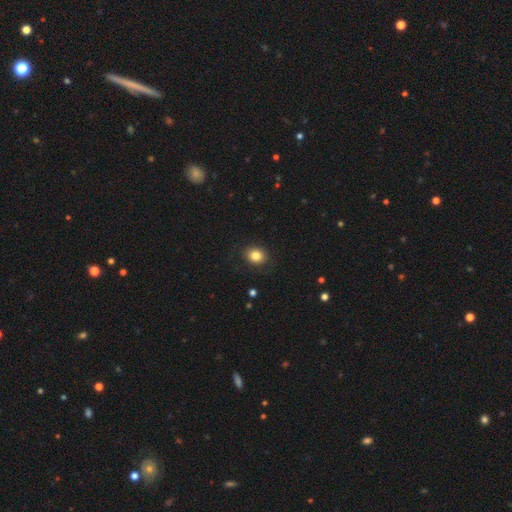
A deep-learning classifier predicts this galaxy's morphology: This appears to be a smooth galaxy with no disk features (84%) that is round (65%). Merging: none (86%).